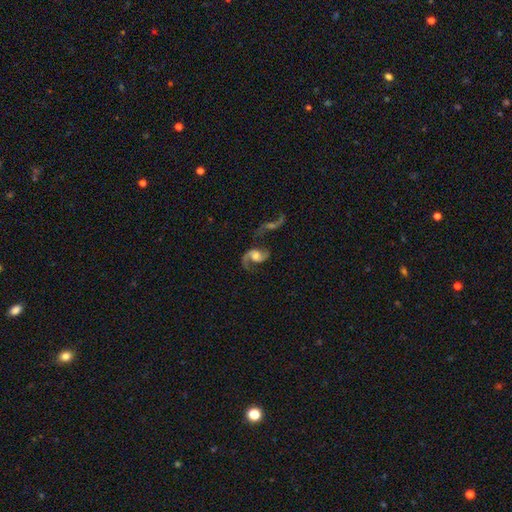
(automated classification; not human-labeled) The model was most divided on "spiral winding": loose: 54%, medium: 38%, tight: 8%. Remaining: edge-on disk — no (97%); spiral arms — yes (96%); smooth or featured — featured or disk (86%); spiral arm count — 2 (83%); bar — no (58%); bulge size — moderate (53%); merging — none (46%).